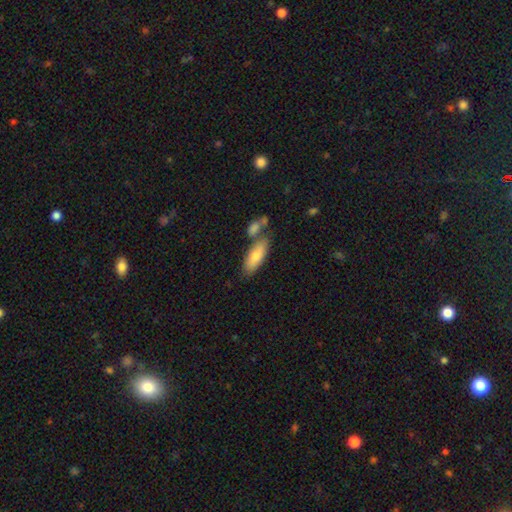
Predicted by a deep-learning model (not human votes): Morphology: type=smooth (75%); roundness=in between (68%); merging=none (60%).